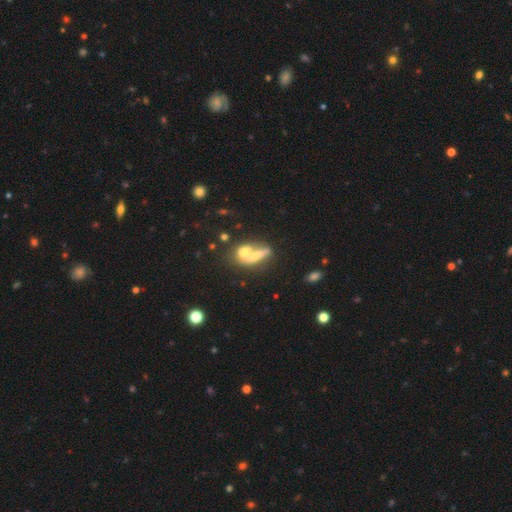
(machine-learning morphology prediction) A smooth galaxy with no disk features (60%) that is in between round and cigar-shaped (55%). Merging: merger (58%).